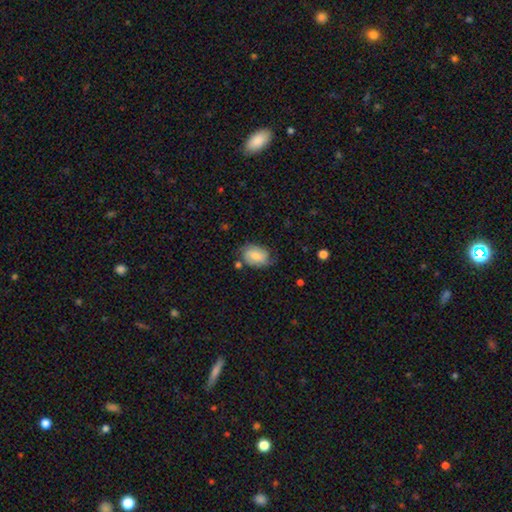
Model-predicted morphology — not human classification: Smooth or featured? Predicted: smooth (p=0.69). How rounded? Predicted: in between (p=0.80). Merging? Predicted: none (p=0.62).